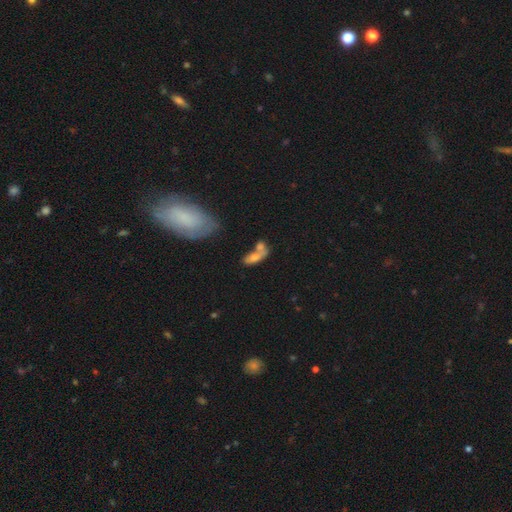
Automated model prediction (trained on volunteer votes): Smooth or featured: smooth — 67% (featured or disk — 23%)
How rounded: in between — 76% (cigar-shaped — 18%)
Merging: merger — 52% (none — 26%)